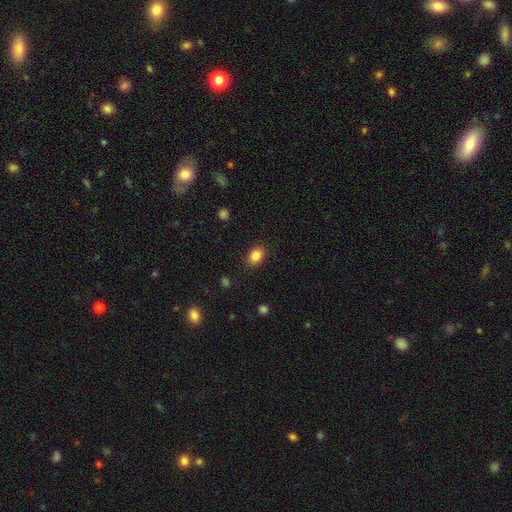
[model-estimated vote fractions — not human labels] Smooth or featured?
  - smooth: 85% *
  - star or artifact: 9%
  - featured or disk: 5%
How rounded?
  - in between: 71% *
  - round: 28%
  - cigar-shaped: 1%
Merging?
  - none: 87% *
  - minor disturbance: 9%
  - major disturbance: 3%
  - merger: 1%